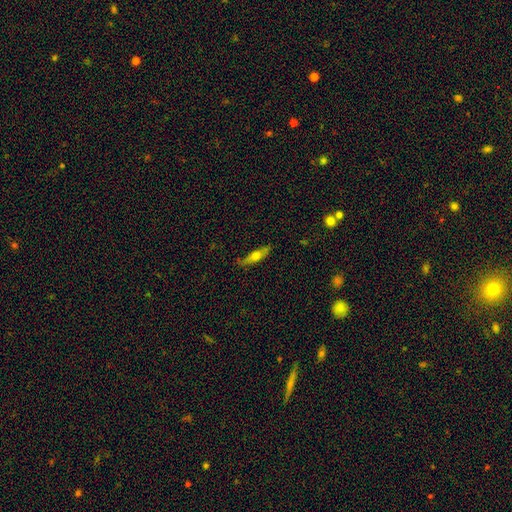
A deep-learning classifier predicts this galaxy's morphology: smooth_or_featured: smooth (p=0.56) [alt: featured or disk p=0.38]
how_rounded: cigar-shaped (p=0.64) [alt: in between p=0.33]
merging: none (p=0.76) [alt: minor disturbance p=0.18]